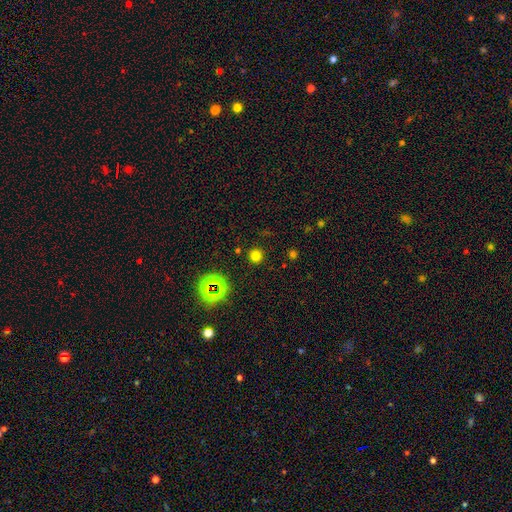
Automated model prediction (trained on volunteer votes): smooth_or_featured: smooth (p=0.72) [alt: star or artifact p=0.23]
how_rounded: round (p=0.95) [alt: in between p=0.04]
merging: none (p=0.90) [alt: minor disturbance p=0.06]